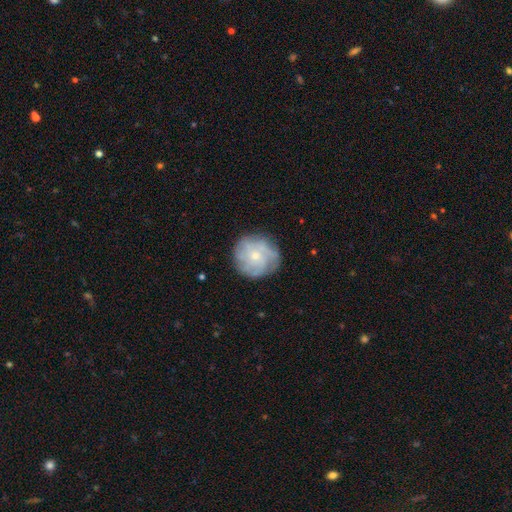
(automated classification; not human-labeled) The model was most divided on "smooth or featured": featured or disk: 54%, smooth: 38%, star or artifact: 8%. More confident: edge-on disk — no (97%); bar — no (84%); merging — none (77%); spiral arms — yes (71%); bulge size — small (67%).